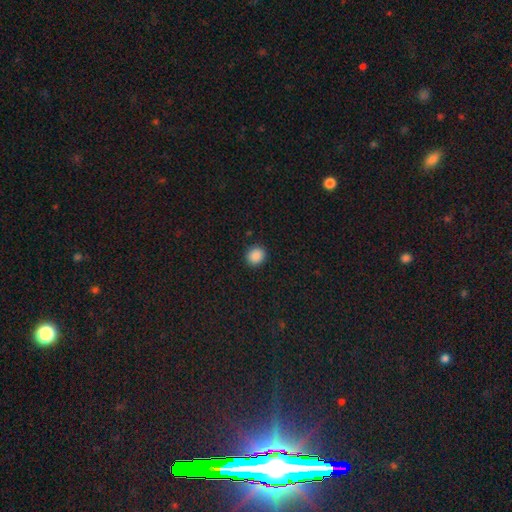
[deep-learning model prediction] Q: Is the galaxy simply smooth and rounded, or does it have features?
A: smooth — 88%.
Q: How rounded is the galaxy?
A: round — 80%.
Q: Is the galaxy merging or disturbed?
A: none — 91%.